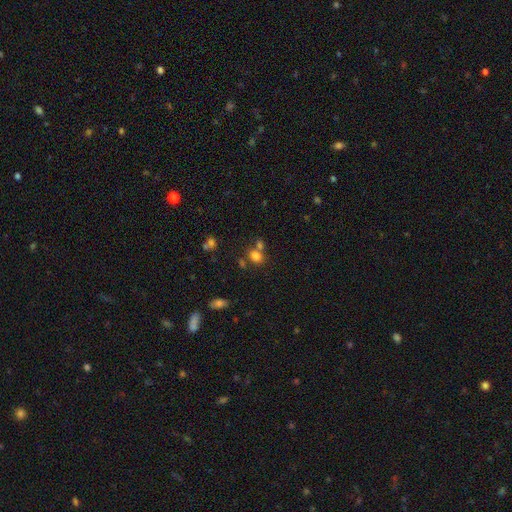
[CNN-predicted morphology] Smooth or featured: smooth — 76% (star or artifact — 15%)
How rounded: in between — 53% (round — 45%)
Merging: none — 51% (merger — 34%)